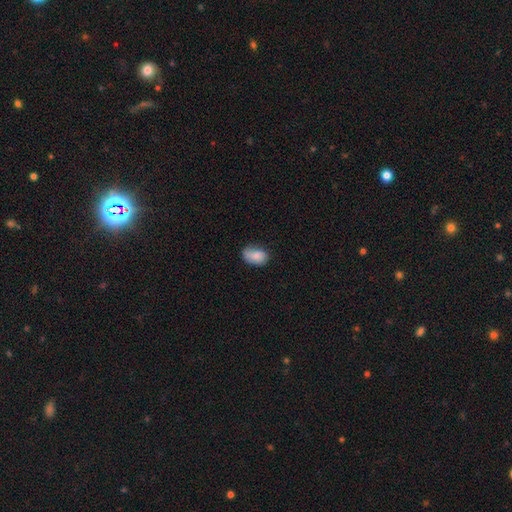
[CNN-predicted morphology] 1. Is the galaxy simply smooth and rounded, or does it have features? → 82% smooth, 11% featured or disk, 7% star or artifact.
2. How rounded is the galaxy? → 85% in between, 13% round, 1% cigar-shaped.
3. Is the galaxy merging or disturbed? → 58% none, 32% minor disturbance, 8% major disturbance, 2% merger.